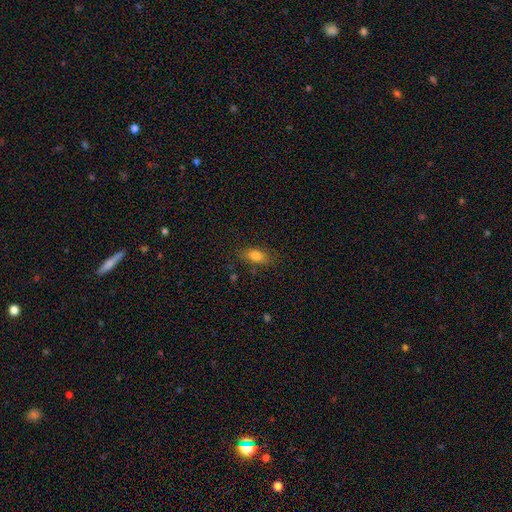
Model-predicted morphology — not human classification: The model was most divided on "merging": none: 79%, minor disturbance: 15%, major disturbance: 4%, merger: 2%. More confident: how rounded — in between (85%); smooth or featured — smooth (80%).